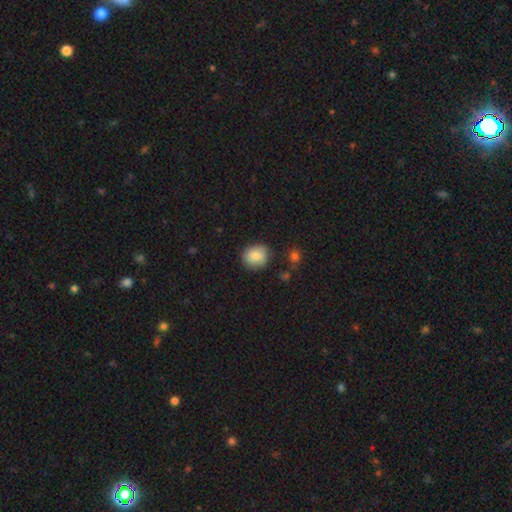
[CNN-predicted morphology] smooth-or-featured: smooth: 83% | featured or disk: 9% | star or artifact: 8%
  how-rounded: round: 77% | in between: 22% | cigar-shaped: 1%
  merging: none: 81% | minor disturbance: 14% | major disturbance: 3% | merger: 2%